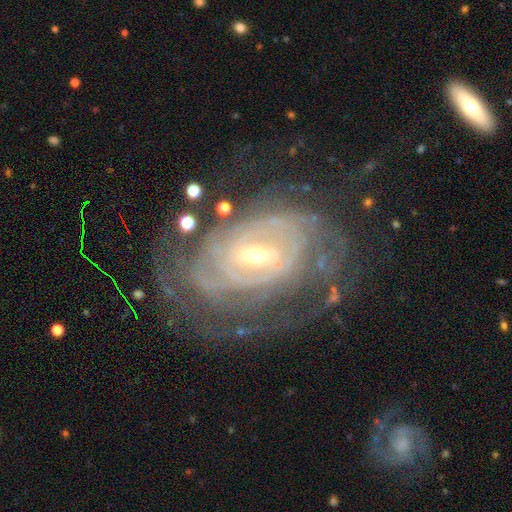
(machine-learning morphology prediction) Overall: featured or disk (88%). Edge-on disk: no (96%). Bar: weak (47%; strong 27%). Spiral arms: yes (94%). Spiral arm count: can't tell (42%; 2 15%). Spiral winding: tight (77%). Bulge size: small (60%; moderate 36%). Merging: none (68%).